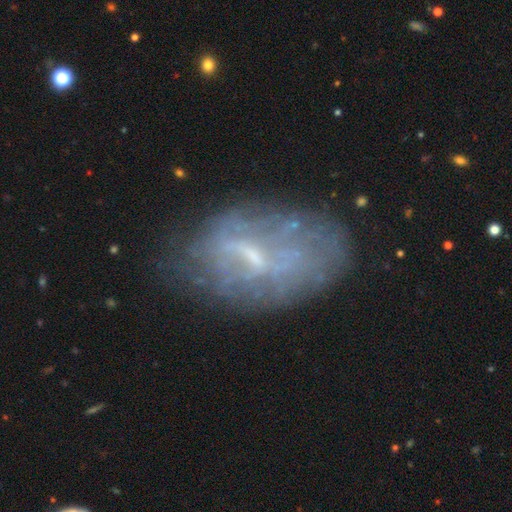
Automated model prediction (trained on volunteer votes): This is likely a featured or disk galaxy (61%). It is clearly not viewed edge-on (94%). Bar: possibly weak (47%). Spiral arm pattern: likely no (65%). Central bulge: possibly small (54%). Merging: possibly none (56%).